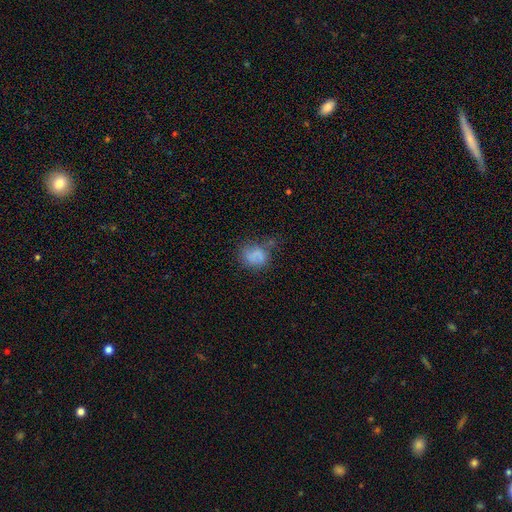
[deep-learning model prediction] Overall: smooth (70%). How rounded: in between (50%; round 48%). Merging: none (43%; minor disturbance 29%).